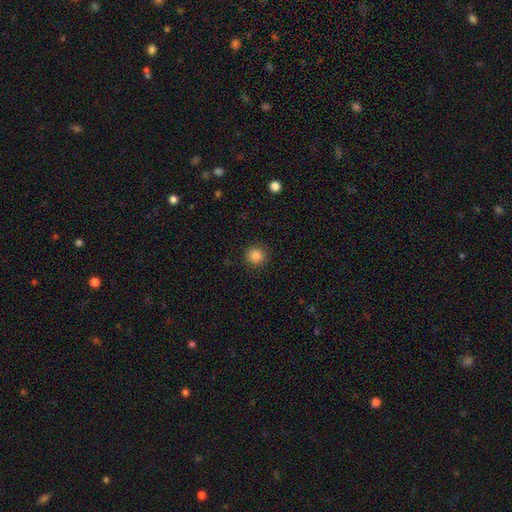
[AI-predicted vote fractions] Smooth or featured?
  - smooth: 86% *
  - star or artifact: 11%
  - featured or disk: 4%
How rounded?
  - round: 93% *
  - in between: 6%
  - cigar-shaped: 1%
Merging?
  - none: 90% *
  - minor disturbance: 7%
  - major disturbance: 2%
  - merger: 1%